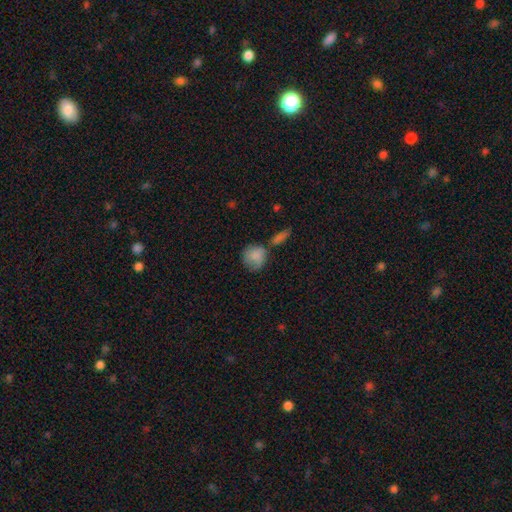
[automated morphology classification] smooth_or_featured: smooth (p=0.83) [alt: featured or disk p=0.10]
how_rounded: round (p=0.77) [alt: in between p=0.22]
merging: none (p=0.52) [alt: merger p=0.21]